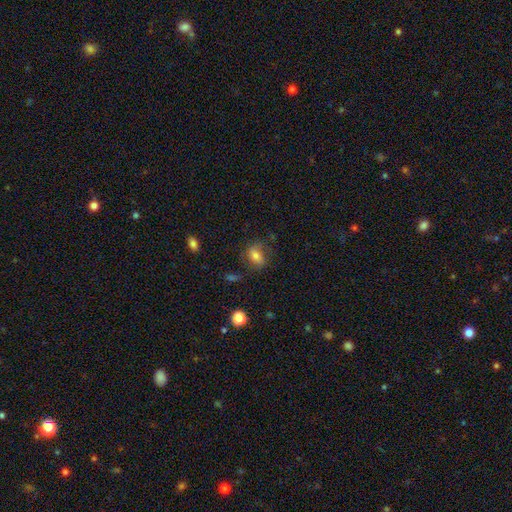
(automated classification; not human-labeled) The model was most divided on "how rounded": in between: 70%, round: 28%, cigar-shaped: 2%. More confident: smooth or featured — smooth (69%); merging — none (66%).